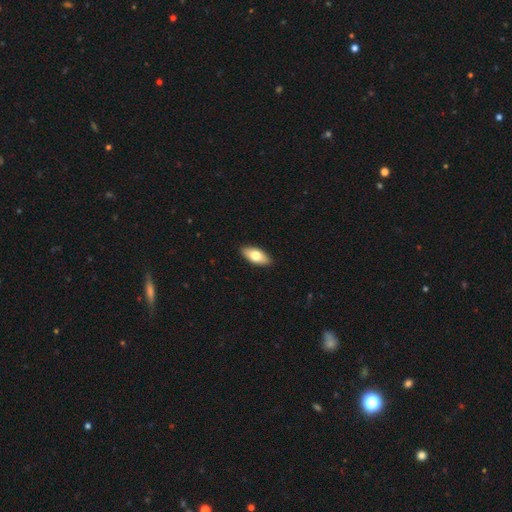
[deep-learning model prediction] Q: Smooth or featured?
A: smooth (73%); runner-up: featured or disk (21%)
Q: How rounded?
A: in between (87%); runner-up: cigar-shaped (10%)
Q: Merging?
A: none (90%); runner-up: minor disturbance (7%)